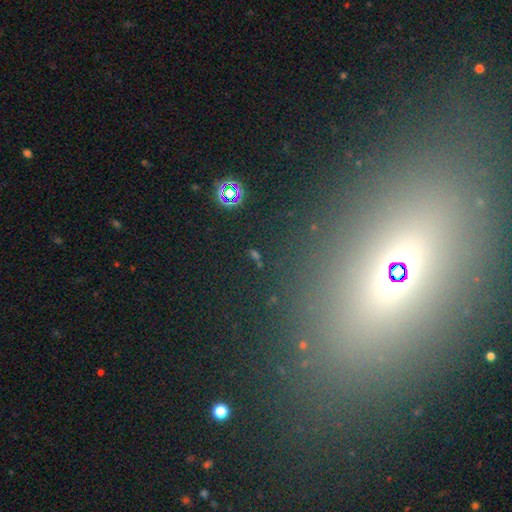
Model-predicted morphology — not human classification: Q: Smooth or featured?
A: star or artifact (60%); runner-up: smooth (27%)